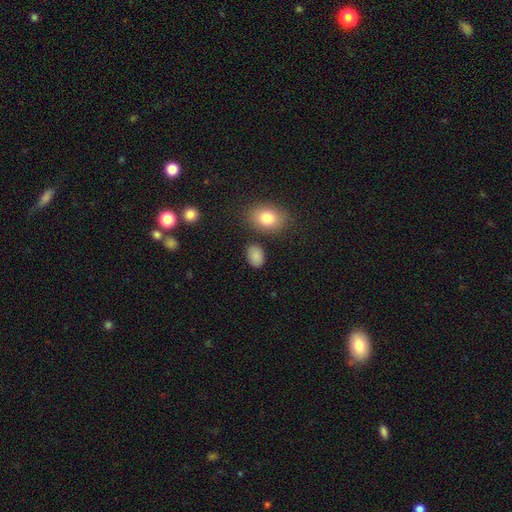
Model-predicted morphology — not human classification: Smooth or featured: smooth — 87% (star or artifact — 9%)
How rounded: in between — 78% (round — 20%)
Merging: none — 83% (minor disturbance — 11%)